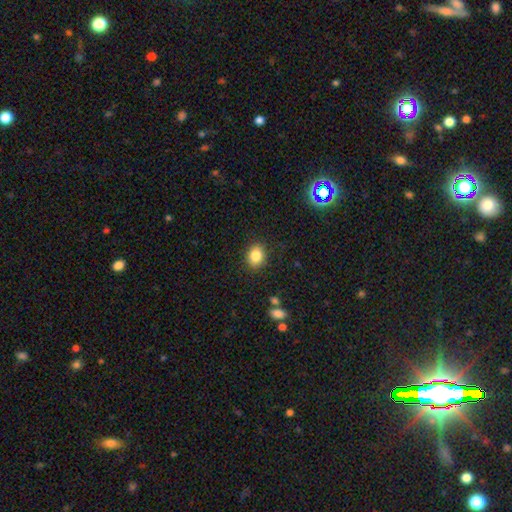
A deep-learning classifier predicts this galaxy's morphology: Smooth or featured: smooth — 84% (star or artifact — 10%)
How rounded: round — 57% (in between — 42%)
Merging: none — 88% (minor disturbance — 8%)